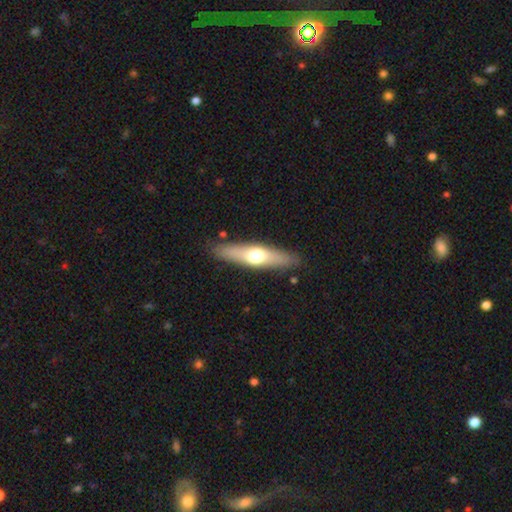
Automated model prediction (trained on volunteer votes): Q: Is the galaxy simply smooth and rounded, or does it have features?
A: smooth — 49%.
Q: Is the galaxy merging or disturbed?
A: none — 86%.